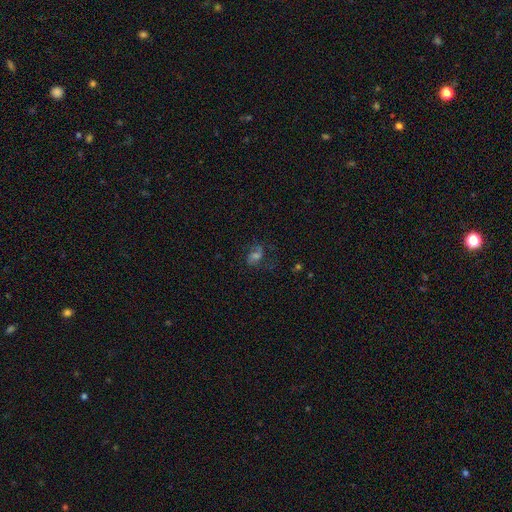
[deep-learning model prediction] A featured or disk galaxy (47%). Merging: none (59%).